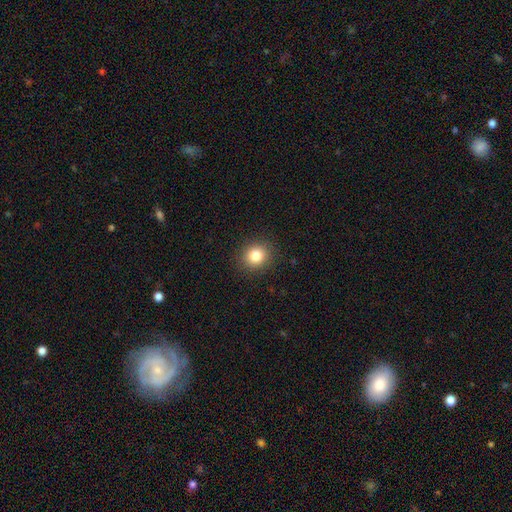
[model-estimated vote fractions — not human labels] Morphology: type=smooth (82%); roundness=round (80%); merging=none (90%).